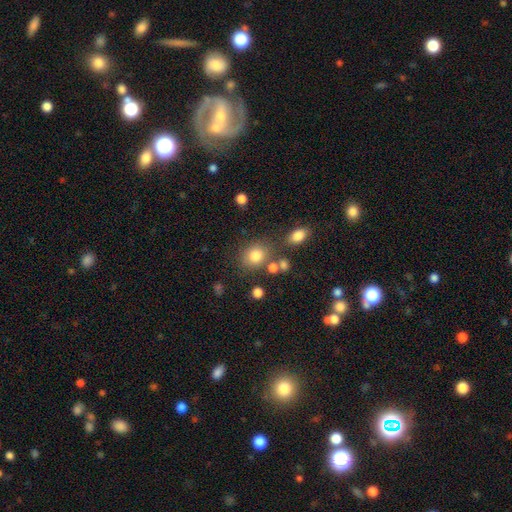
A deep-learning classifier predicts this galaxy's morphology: The model was most divided on "how rounded": round: 62%, in between: 37%, cigar-shaped: 1%. More confident: smooth or featured — smooth (80%); merging — none (70%).